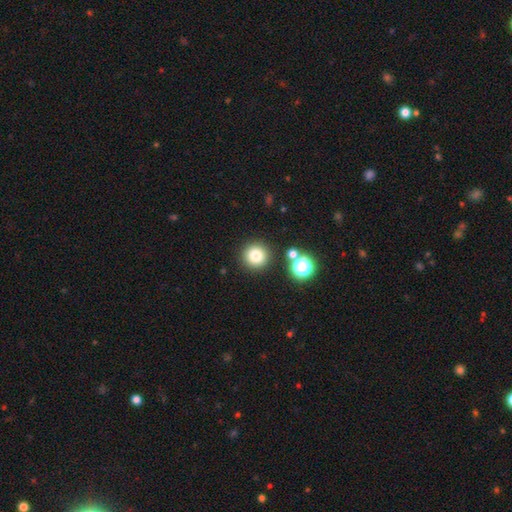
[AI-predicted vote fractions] Smooth or featured: smooth — 79% (star or artifact — 14%)
How rounded: round — 95% (in between — 4%)
Merging: none — 85% (minor disturbance — 6%)